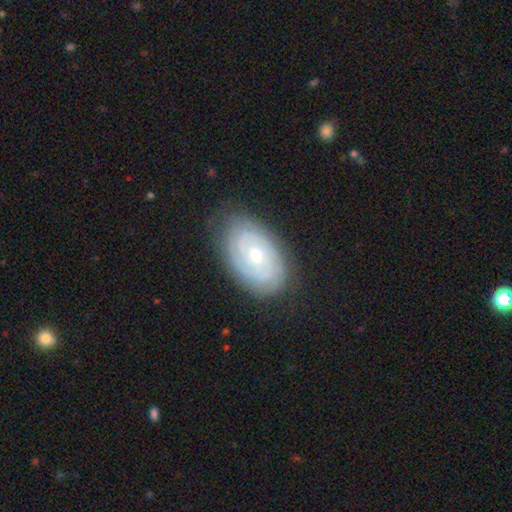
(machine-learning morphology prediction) Smooth or featured? Predicted: featured or disk (p=0.79). Edge-on disk? Predicted: no (p=0.96). Bar? Predicted: no (p=0.71). Spiral arms? Predicted: yes (p=0.92). Spiral winding? Predicted: tight (p=0.79). Spiral arm count? Predicted: can't tell (p=0.38). Bulge size? Predicted: moderate (p=0.48, tied with small). Merging? Predicted: none (p=0.80).